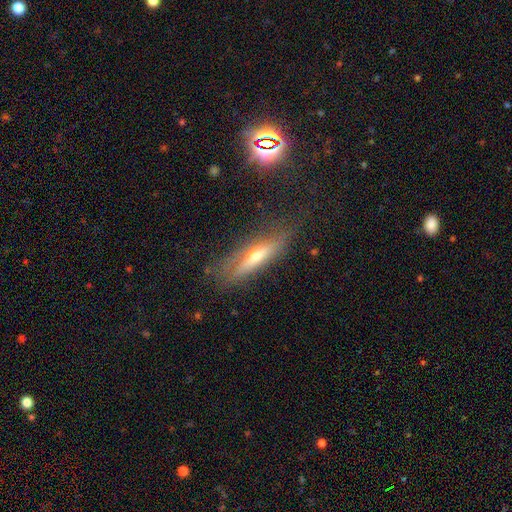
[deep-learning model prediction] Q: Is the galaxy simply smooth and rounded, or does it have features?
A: featured or disk — 55%.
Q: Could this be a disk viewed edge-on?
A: yes — 83%.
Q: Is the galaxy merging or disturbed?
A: none — 71%.